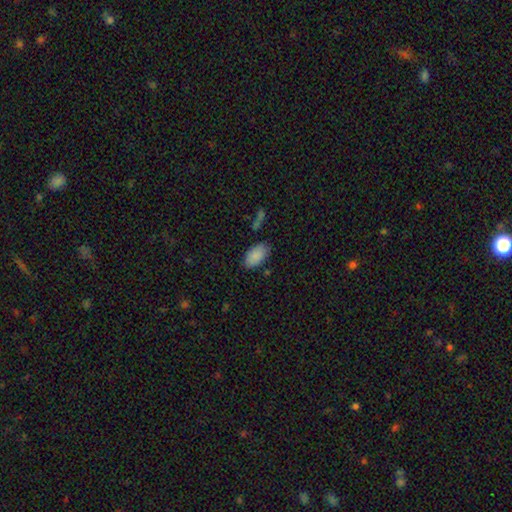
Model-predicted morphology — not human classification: Q: Smooth or featured?
A: smooth (88%); runner-up: star or artifact (7%)
Q: How rounded?
A: in between (94%); runner-up: round (4%)
Q: Merging?
A: none (79%); runner-up: minor disturbance (15%)